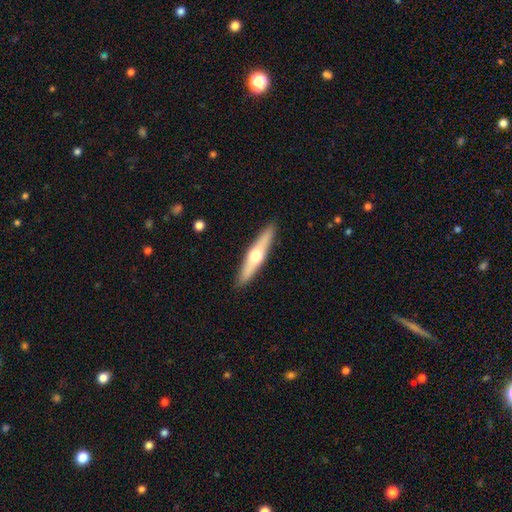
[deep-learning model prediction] The model was most divided on "smooth or featured": featured or disk: 56%, smooth: 39%, star or artifact: 5%. More confident: edge-on disk — yes (93%); edge-on bulge — rounded (93%); merging — none (91%).